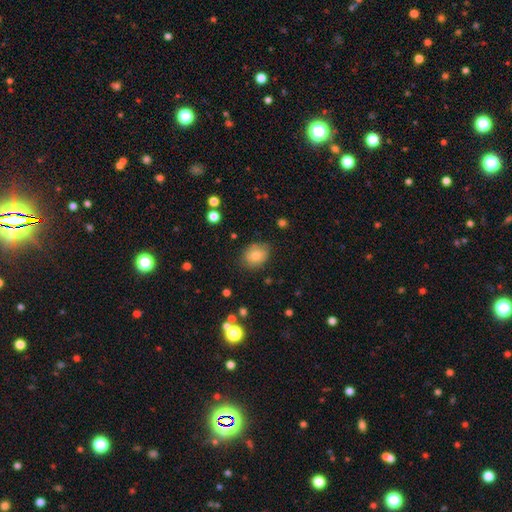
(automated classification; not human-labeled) A smooth galaxy with no disk features (75%) that is in between round and cigar-shaped (50%).

Vote fractions:
- Smooth or featured? smooth: 75% / featured or disk: 14% / star or artifact: 11%
- How rounded? in between: 50% / round: 49% / cigar-shaped: 1%
- Merging? none: 78% / minor disturbance: 16% / major disturbance: 4% / merger: 2%